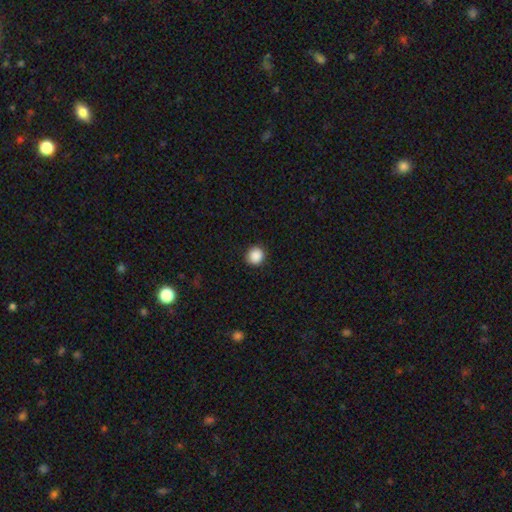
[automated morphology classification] Q: Smooth or featured?
A: smooth (89%); runner-up: star or artifact (9%)
Q: How rounded?
A: round (92%); runner-up: in between (7%)
Q: Merging?
A: none (92%); runner-up: minor disturbance (5%)